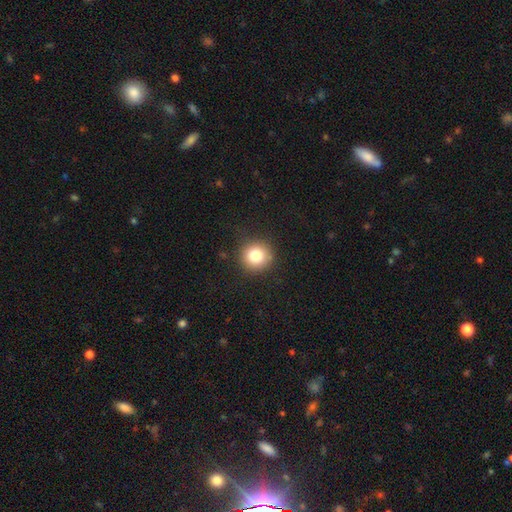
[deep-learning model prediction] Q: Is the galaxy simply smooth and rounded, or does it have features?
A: smooth — 83%.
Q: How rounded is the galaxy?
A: round — 93%.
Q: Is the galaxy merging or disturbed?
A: none — 86%.